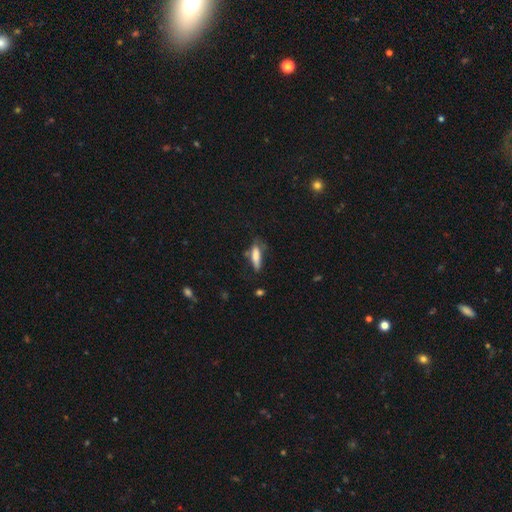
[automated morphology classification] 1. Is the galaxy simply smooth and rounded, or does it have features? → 76% smooth, 16% featured or disk, 8% star or artifact.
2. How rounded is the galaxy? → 61% cigar-shaped, 37% in between, 2% round.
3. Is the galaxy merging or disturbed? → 52% none, 30% minor disturbance, 13% major disturbance, 5% merger.